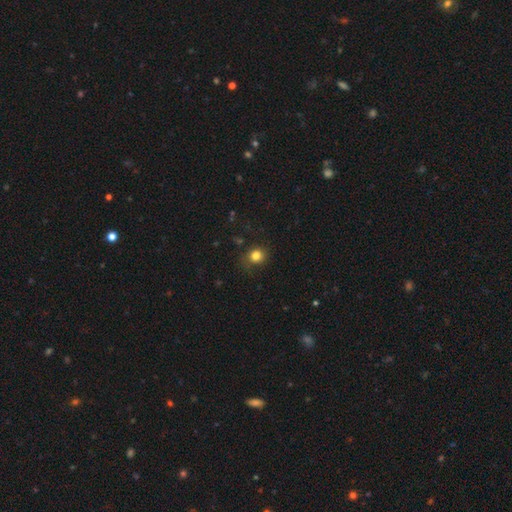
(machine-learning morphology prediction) Smooth or featured: smooth — 80% (star or artifact — 13%)
How rounded: round — 83% (in between — 16%)
Merging: none — 79% (minor disturbance — 14%)